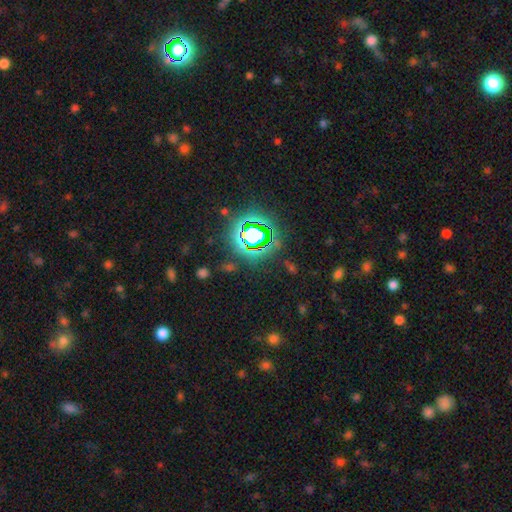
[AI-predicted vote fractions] smooth-or-featured: star or artifact: 79% | smooth: 14% | featured or disk: 7%